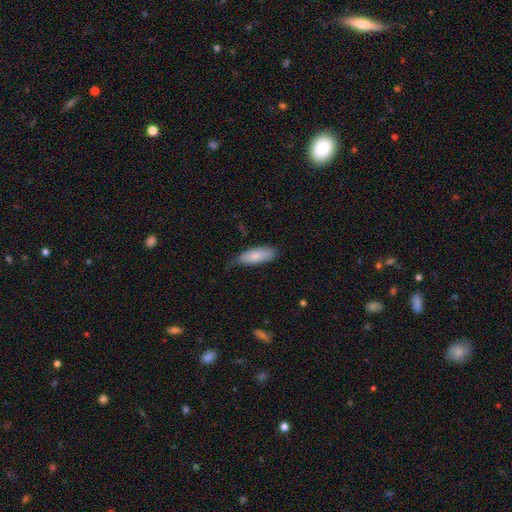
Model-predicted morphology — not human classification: smooth 81%, featured or disk 13%, star or artifact 6%. Down the decision tree: how rounded — in between (70%); merging — none (56%).